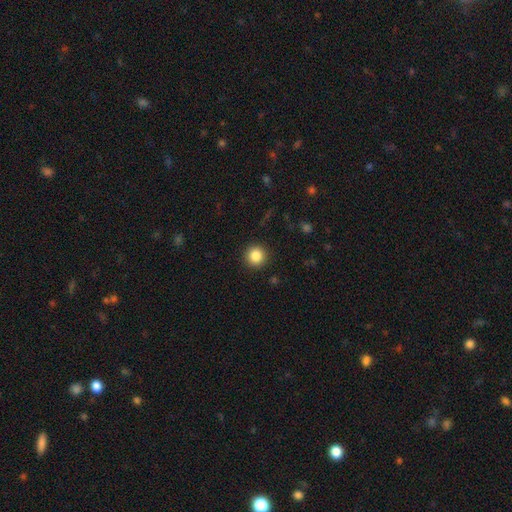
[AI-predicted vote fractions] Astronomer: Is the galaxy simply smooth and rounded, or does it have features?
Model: smooth — 86%.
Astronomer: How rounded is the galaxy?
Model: round — 94%.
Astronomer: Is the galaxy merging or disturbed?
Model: none — 92%.